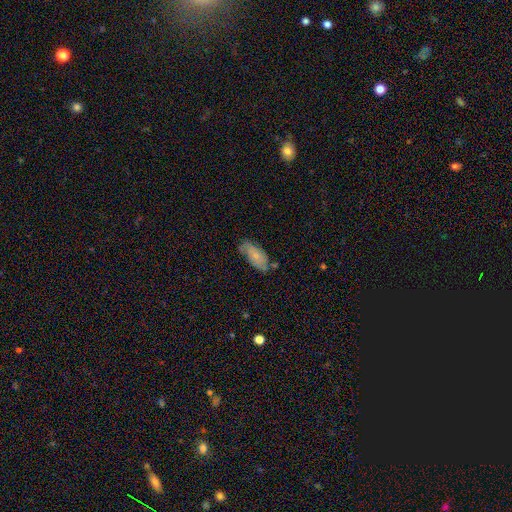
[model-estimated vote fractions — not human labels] Smooth or featured? smooth (67%)
How rounded? in between (87%)
Merging? none (59%)